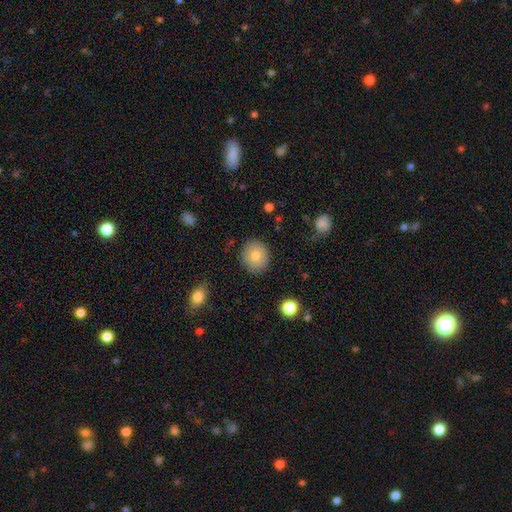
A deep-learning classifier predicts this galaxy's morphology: Q: Smooth or featured?
A: smooth (78%); runner-up: featured or disk (14%)
Q: How rounded?
A: round (81%); runner-up: in between (18%)
Q: Merging?
A: none (87%); runner-up: minor disturbance (9%)